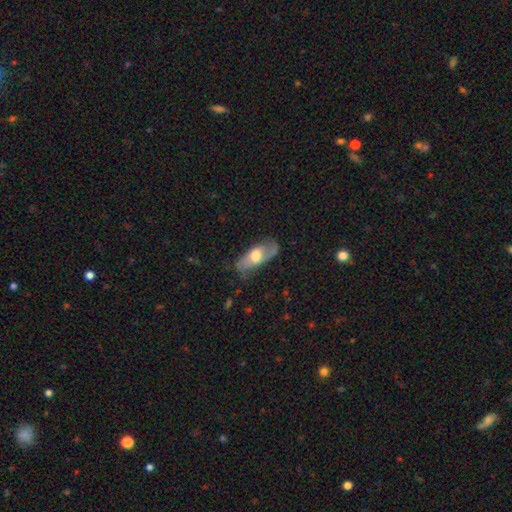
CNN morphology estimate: smooth_or_featured: featured or disk (p=0.55) [alt: smooth p=0.39]
disk_edge_on: no (p=0.79) [alt: yes p=0.21]
merging: none (p=0.67) [alt: minor disturbance p=0.23]